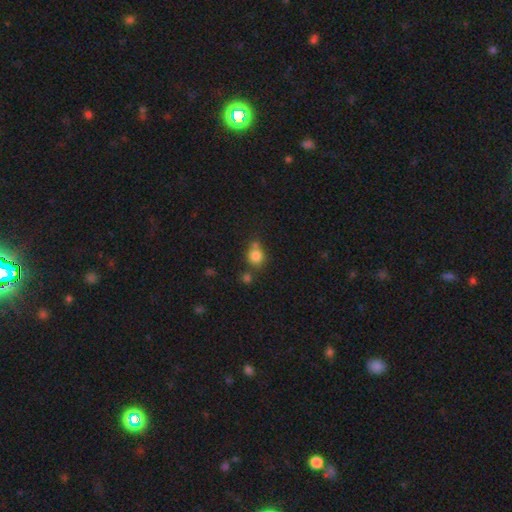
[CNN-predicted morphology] Smooth or featured? Predicted: smooth (p=0.80). How rounded? Predicted: round (p=0.74). Merging? Predicted: none (p=0.50).